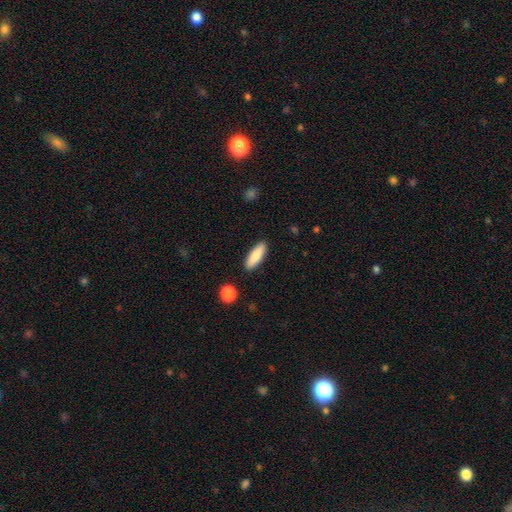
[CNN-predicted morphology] type=smooth (82%); roundness=in between (54%); merging=none (89%).